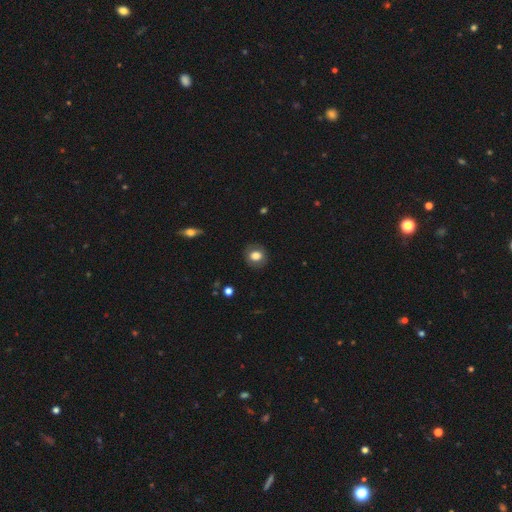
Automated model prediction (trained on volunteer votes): Morphology: type=smooth (75%); roundness=round (74%); merging=none (85%).